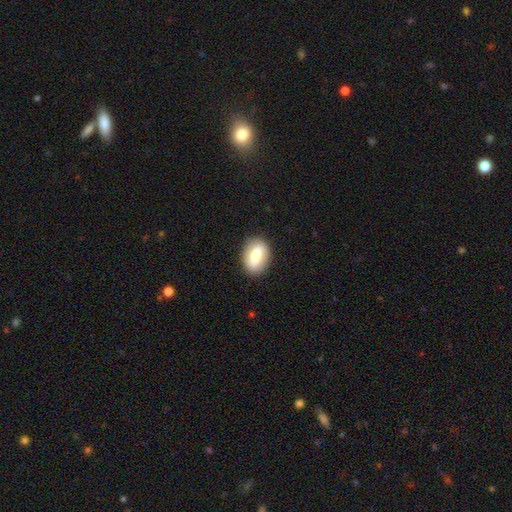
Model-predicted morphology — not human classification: Smooth or featured?
  - smooth: 67% *
  - featured or disk: 27%
  - star or artifact: 7%
How rounded?
  - in between: 83% *
  - round: 15%
  - cigar-shaped: 2%
Merging?
  - none: 85% *
  - minor disturbance: 11%
  - major disturbance: 3%
  - merger: 1%